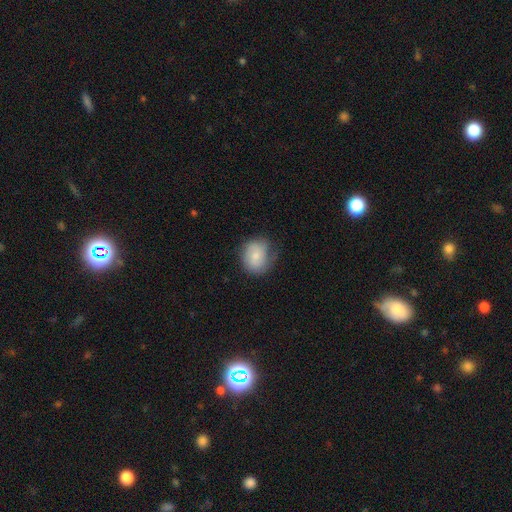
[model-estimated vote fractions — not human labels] smooth-or-featured: smooth: 64% | featured or disk: 28% | star or artifact: 7%
  how-rounded: round: 62% | in between: 37% | cigar-shaped: 1%
  merging: none: 60% | minor disturbance: 29% | major disturbance: 10% | merger: 2%